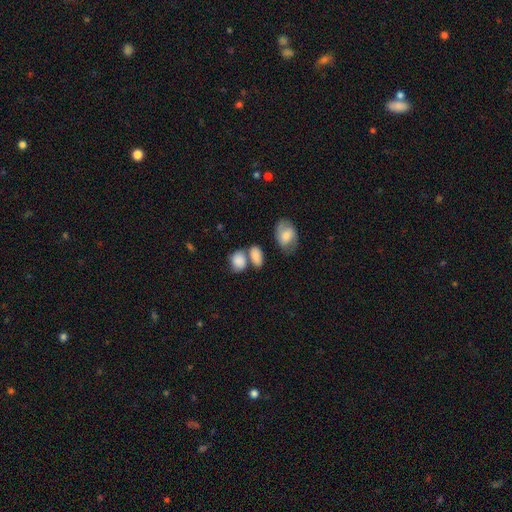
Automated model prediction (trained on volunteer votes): smooth-or-featured: smooth: 83% | featured or disk: 10% | star or artifact: 8%
  how-rounded: in between: 71% | round: 26% | cigar-shaped: 3%
  merging: none: 45% | merger: 33% | minor disturbance: 16% | major disturbance: 7%